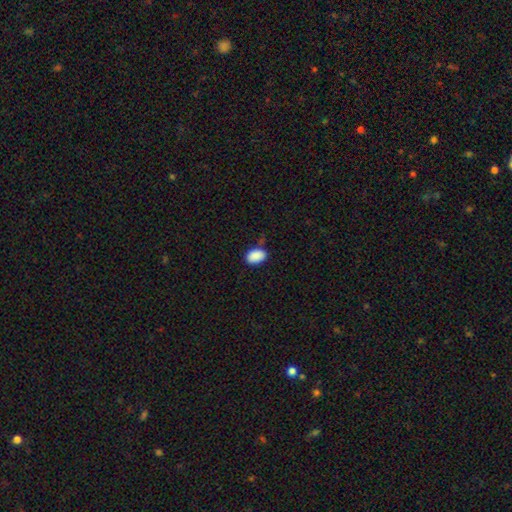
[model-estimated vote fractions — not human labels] This is clearly a smooth galaxy (90%). How rounded: clearly in between (88%). Merging: likely none (76%).